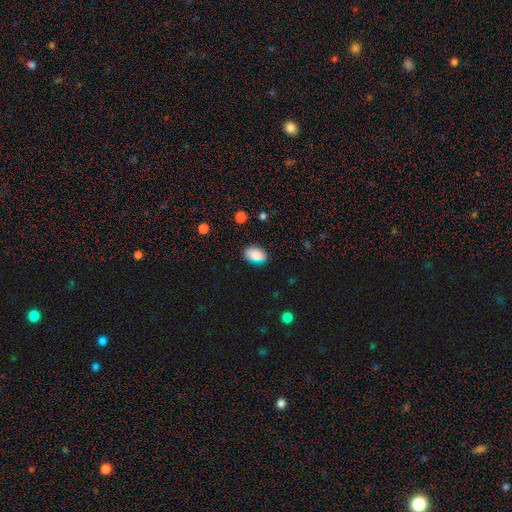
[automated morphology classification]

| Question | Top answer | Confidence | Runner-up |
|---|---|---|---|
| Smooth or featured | smooth | 80% | featured or disk (11%) |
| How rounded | in between | 89% | round (9%) |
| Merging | none | 79% | minor disturbance (16%) |